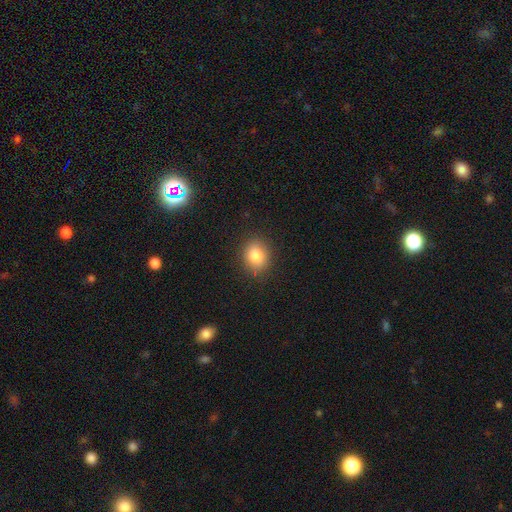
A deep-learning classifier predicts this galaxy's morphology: Smooth or featured? Predicted: smooth (p=0.83). How rounded? Predicted: round (p=0.62). Merging? Predicted: none (p=0.87).